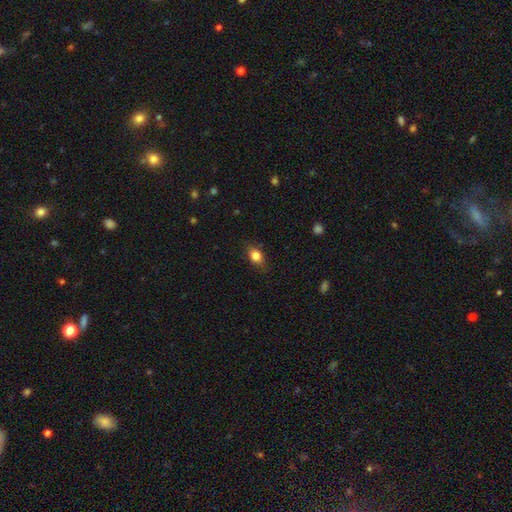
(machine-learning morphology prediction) smooth_or_featured: smooth (p=0.82) [alt: star or artifact p=0.09]
how_rounded: in between (p=0.71) [alt: round p=0.26]
merging: none (p=0.81) [alt: minor disturbance p=0.15]